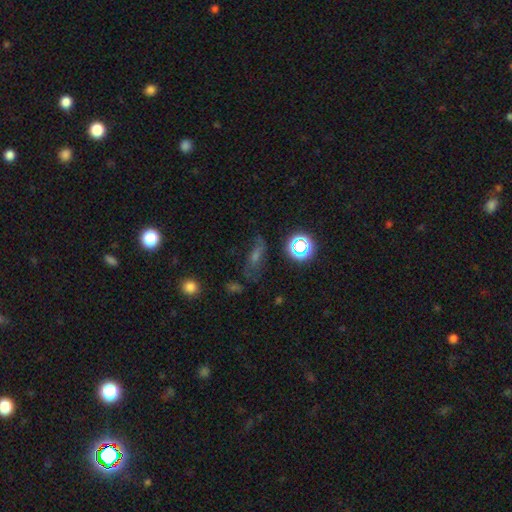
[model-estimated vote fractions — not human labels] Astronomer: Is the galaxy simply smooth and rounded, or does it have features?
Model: star or artifact — 35% (runner-up: smooth, 33%).